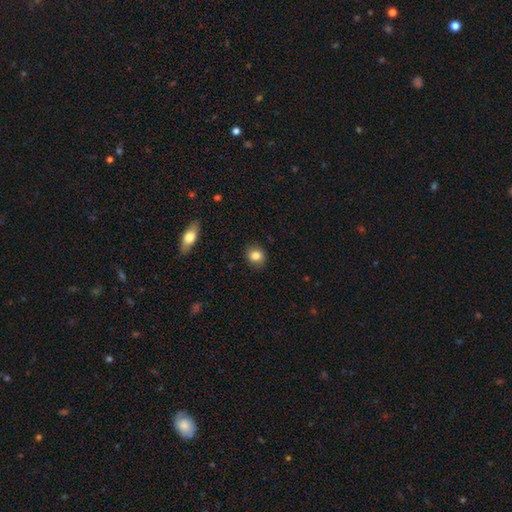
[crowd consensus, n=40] Smooth or featured?
  - smooth: 90% *
  - star or artifact: 10%
  - featured or disk: 0%
How rounded?
  - round: 83% *
  - in between: 17%
  - cigar-shaped: 0%
Merging?
  - none: 86% *
  - minor disturbance: 11%
  - merger: 3%
  - major disturbance: 0%